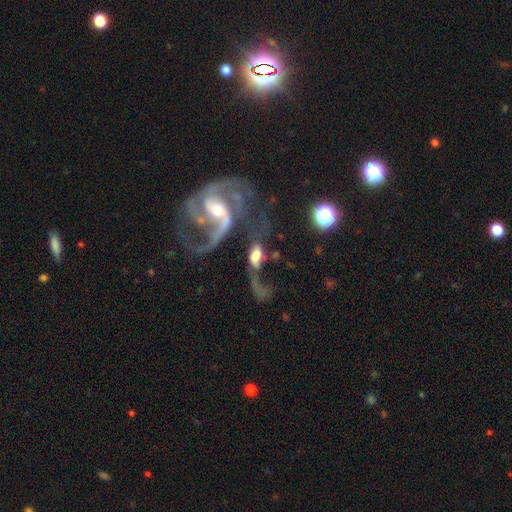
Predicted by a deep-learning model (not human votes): Smooth or featured: featured or disk — 63% (smooth — 28%)
Edge-on disk: no — 92% (yes — 8%)
Bar: no — 49% (weak — 33%)
Spiral arms: yes — 77% (no — 23%)
Bulge size: moderate — 34% (large — 30%)
Merging: merger — 41% (major disturbance — 28%)